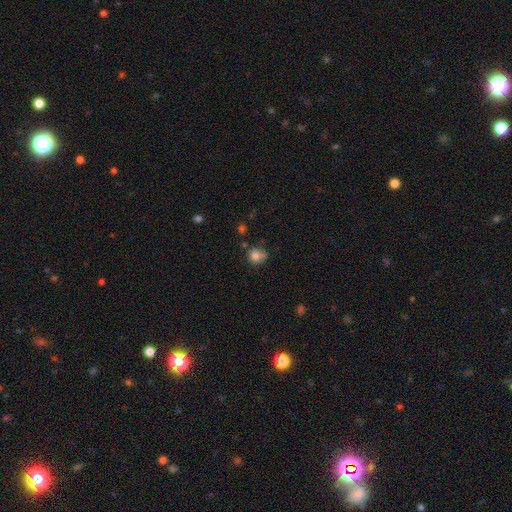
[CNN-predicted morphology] Q: Smooth or featured?
A: smooth (80%); runner-up: star or artifact (11%)
Q: How rounded?
A: round (81%); runner-up: in between (18%)
Q: Merging?
A: none (58%); runner-up: minor disturbance (26%)